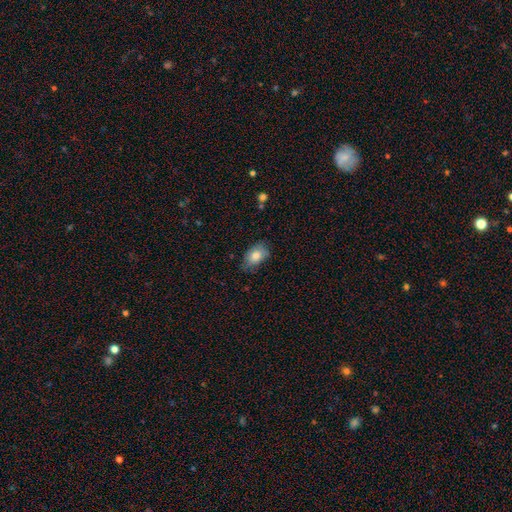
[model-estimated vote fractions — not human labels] Morphology: type=smooth (80%); roundness=in between (88%); merging=none (70%).